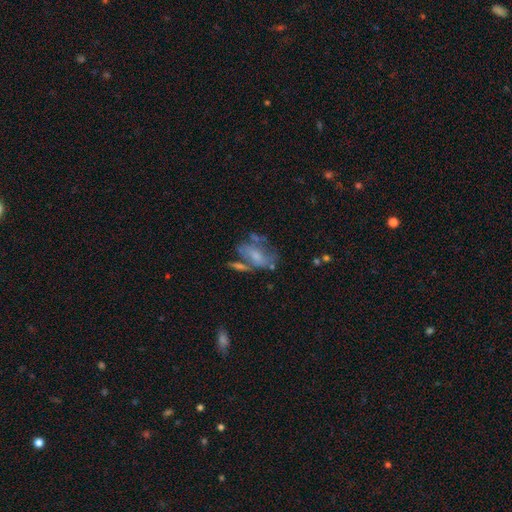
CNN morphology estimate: Smooth or featured: smooth — 49% (featured or disk — 42%)
Merging: none — 37% (merger — 24%)